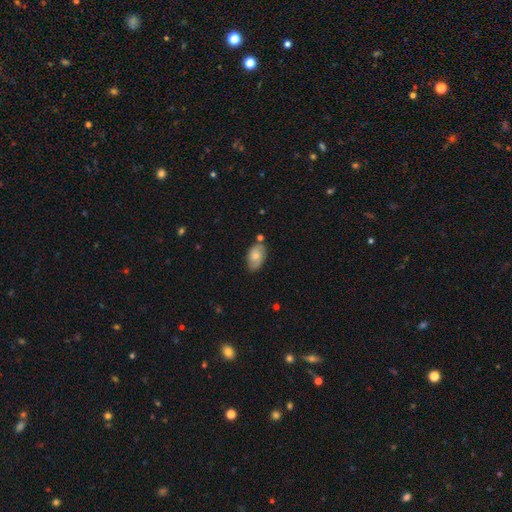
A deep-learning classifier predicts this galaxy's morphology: Smooth or featured? smooth (51%)
How rounded? in between (90%)
Merging? none (69%)